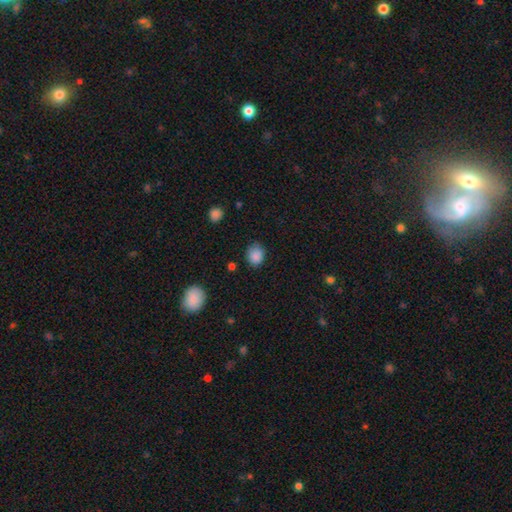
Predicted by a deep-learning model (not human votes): Smooth or featured? Predicted: smooth (p=0.87). How rounded? Predicted: round (p=0.60). Merging? Predicted: none (p=0.78).